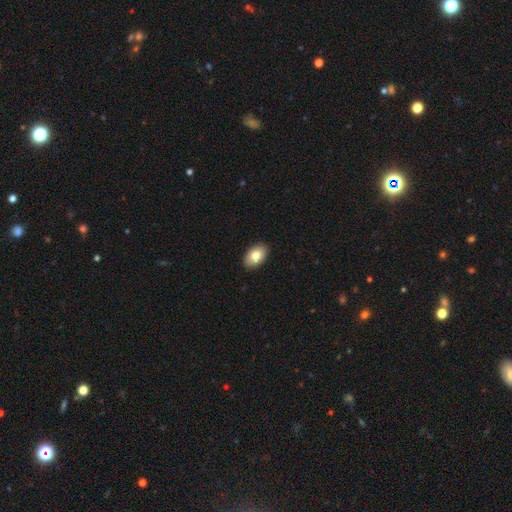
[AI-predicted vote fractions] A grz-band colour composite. It shows a smooth galaxy with no disk features (79%) that is in between round and cigar-shaped (89%). Merging: none (90%).